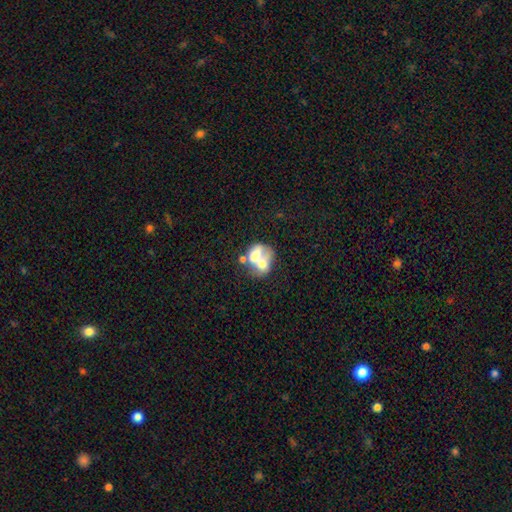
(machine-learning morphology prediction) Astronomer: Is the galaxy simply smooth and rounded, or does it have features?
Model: smooth — 56% (runner-up: featured or disk, 35%).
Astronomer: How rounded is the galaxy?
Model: in between — 64%.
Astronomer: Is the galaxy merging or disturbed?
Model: merger — 68%.